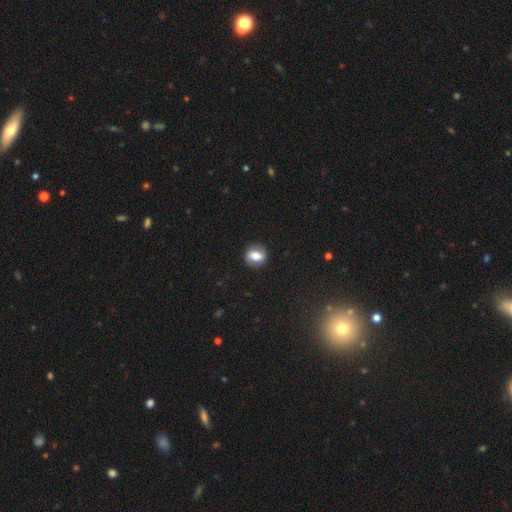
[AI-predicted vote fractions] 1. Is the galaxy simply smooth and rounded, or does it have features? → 55% smooth, 35% featured or disk, 9% star or artifact.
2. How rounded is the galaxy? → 68% round, 31% in between, 2% cigar-shaped.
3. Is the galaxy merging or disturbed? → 87% none, 9% minor disturbance, 3% major disturbance, 1% merger.